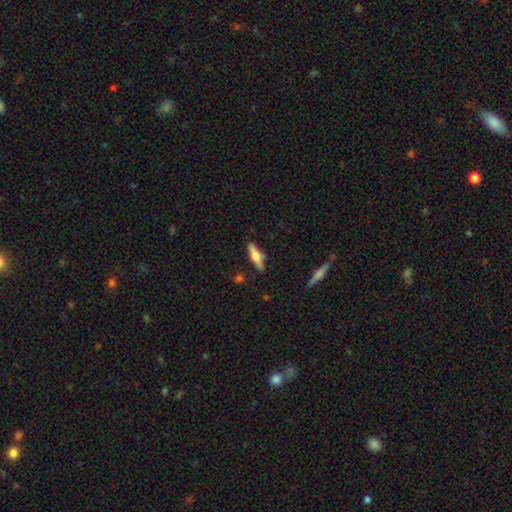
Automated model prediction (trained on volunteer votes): The model was most divided on "smooth or featured": featured or disk: 54%, smooth: 39%, star or artifact: 6%. More confident: edge-on disk — yes (95%); edge-on bulge — rounded (90%); merging — none (84%).